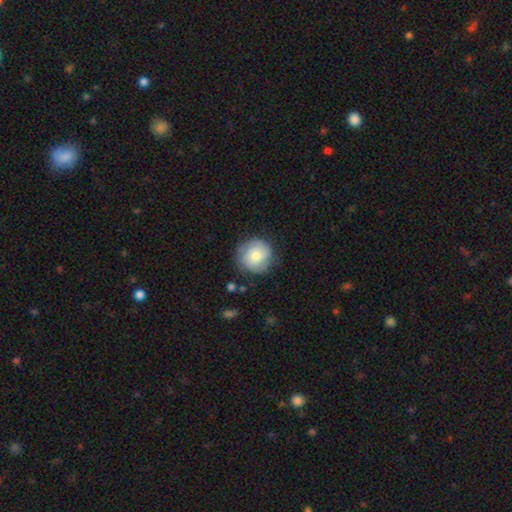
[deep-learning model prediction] This appears to be a smooth galaxy with no disk features (62%) that is round (90%). Merging: none (75%).